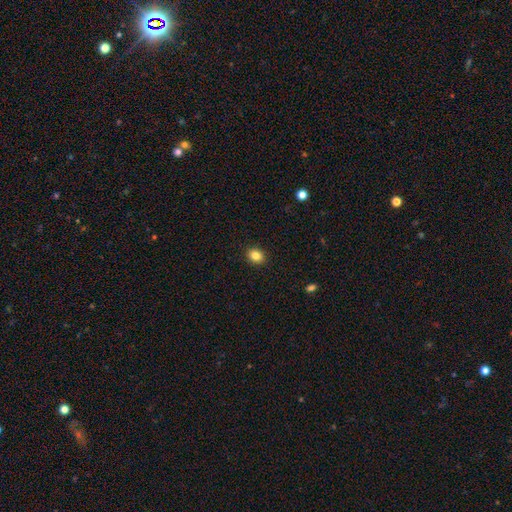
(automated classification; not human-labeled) A smooth galaxy with no disk features (84%) that is round (58%). Merging: none (91%).